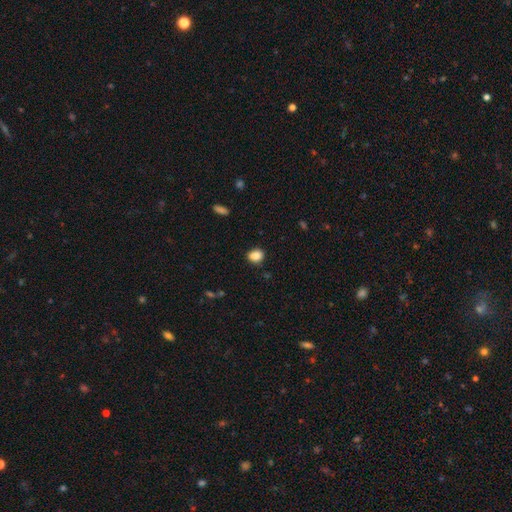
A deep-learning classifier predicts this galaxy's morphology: A smooth galaxy with no disk features (87%) that is in between round and cigar-shaped (51%).

Vote fractions:
- Smooth or featured? smooth: 87% / star or artifact: 9% / featured or disk: 4%
- How rounded? in between: 51% / round: 48% / cigar-shaped: 1%
- Merging? none: 82% / minor disturbance: 13% / major disturbance: 3% / merger: 2%